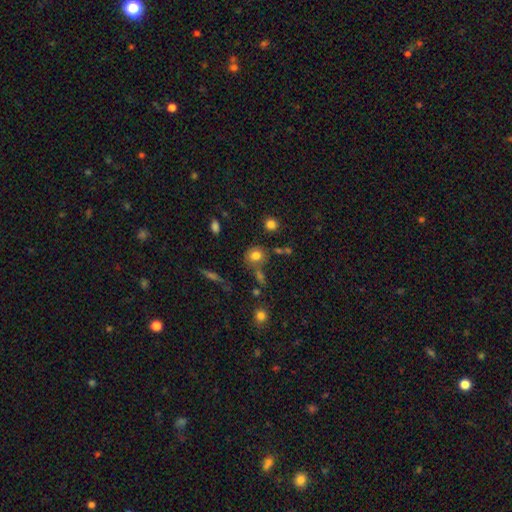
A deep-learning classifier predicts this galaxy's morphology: Smooth or featured? Predicted: smooth (p=0.77). How rounded? Predicted: round (p=0.70). Merging? Predicted: none (p=0.63).